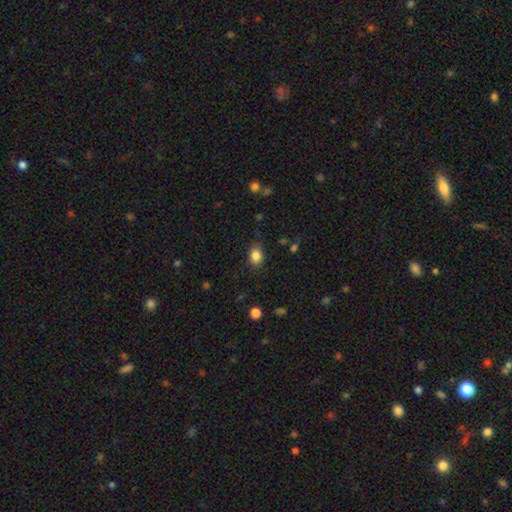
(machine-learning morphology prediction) smooth 85%, star or artifact 10%, featured or disk 5%. Down the decision tree: how rounded — in between (70%); merging — none (84%).